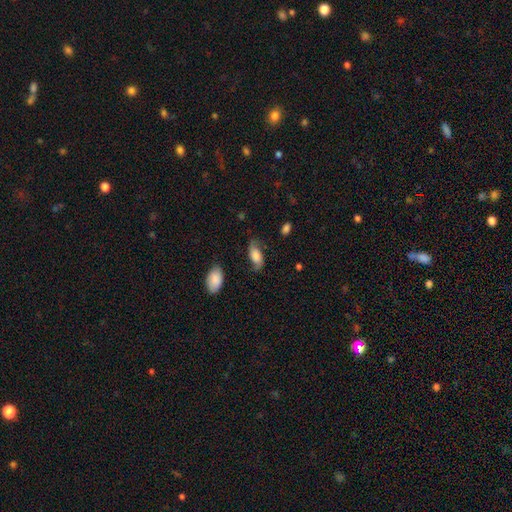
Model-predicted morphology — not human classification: This appears to be a smooth galaxy with no disk features (58%) that is in between round and cigar-shaped (87%). Merging: none (66%).